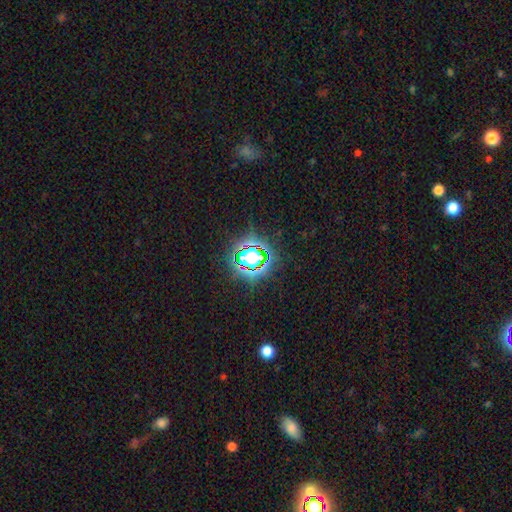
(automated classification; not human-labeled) smooth-or-featured: star or artifact: 79% | smooth: 14% | featured or disk: 7%